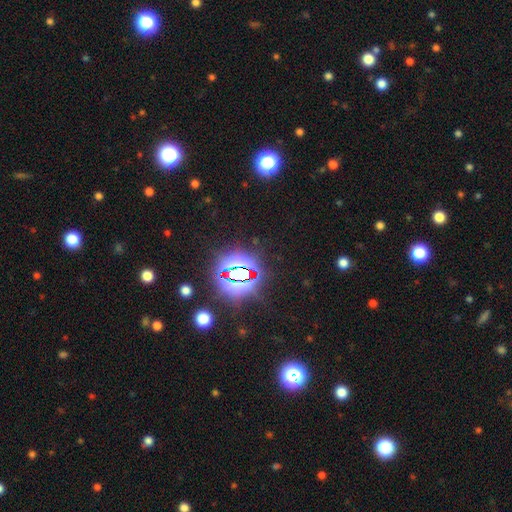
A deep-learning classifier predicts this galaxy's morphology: This appears to be a star or artifact, not a galaxy (84%).